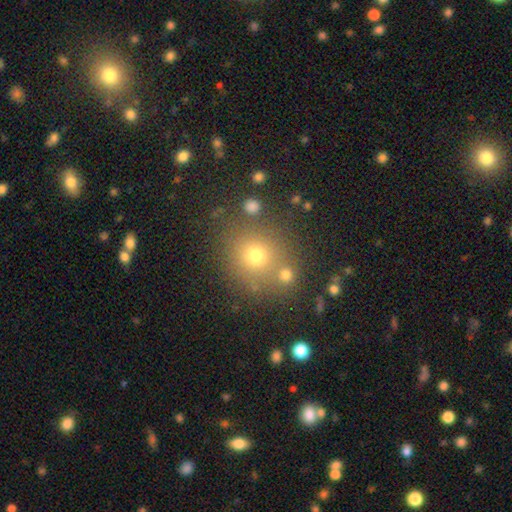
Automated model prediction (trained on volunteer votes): Smooth or featured: smooth — 69% (star or artifact — 20%)
How rounded: round — 87% (in between — 12%)
Merging: none — 72% (merger — 13%)